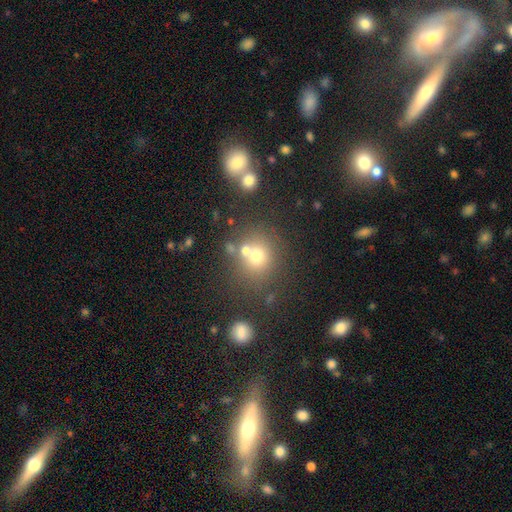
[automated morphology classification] smooth 68%, star or artifact 19%, featured or disk 13%. Down the decision tree: how rounded — round (84%); merging — none (61%).